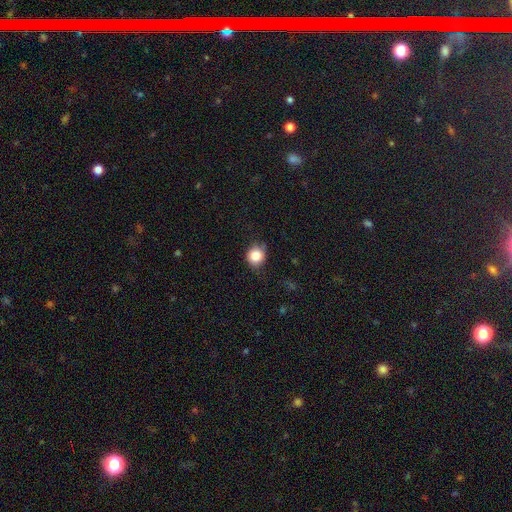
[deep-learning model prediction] Q: Smooth or featured?
A: smooth (83%); runner-up: star or artifact (11%)
Q: How rounded?
A: round (87%); runner-up: in between (12%)
Q: Merging?
A: none (79%); runner-up: minor disturbance (16%)